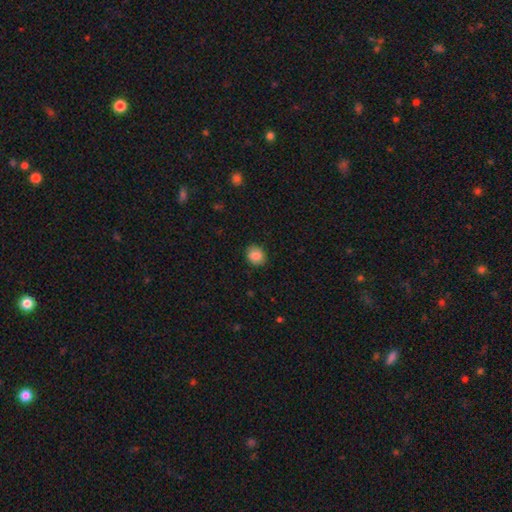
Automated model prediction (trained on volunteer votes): Q: Smooth or featured?
A: smooth (85%); runner-up: star or artifact (9%)
Q: How rounded?
A: round (65%); runner-up: in between (34%)
Q: Merging?
A: none (87%); runner-up: minor disturbance (10%)